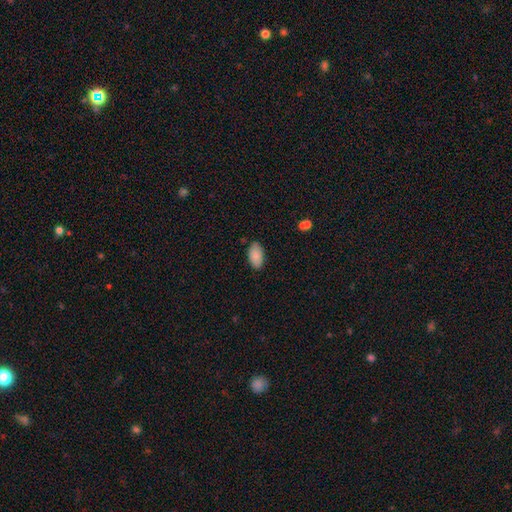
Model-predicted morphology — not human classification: Smooth or featured? Predicted: smooth (p=0.88). How rounded? Predicted: in between (p=0.95). Merging? Predicted: none (p=0.84).